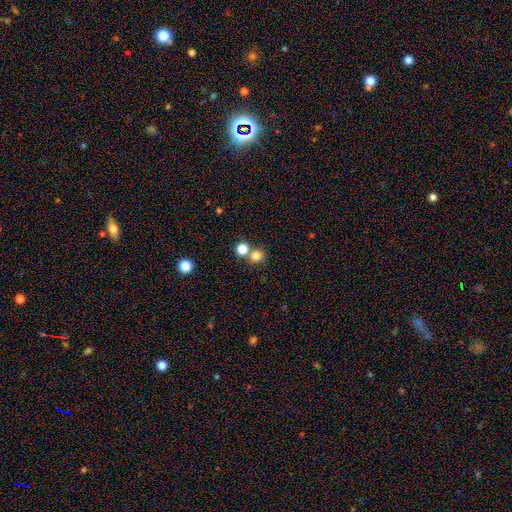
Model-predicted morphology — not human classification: Q: Smooth or featured?
A: smooth (79%); runner-up: star or artifact (14%)
Q: How rounded?
A: round (87%); runner-up: in between (13%)
Q: Merging?
A: none (60%); runner-up: merger (31%)